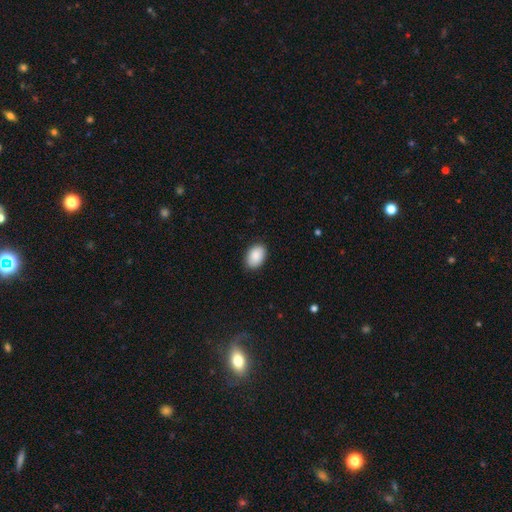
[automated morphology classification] smooth_or_featured: smooth (p=0.89) [alt: star or artifact p=0.06]
how_rounded: in between (p=0.88) [alt: round p=0.11]
merging: none (p=0.88) [alt: minor disturbance p=0.10]